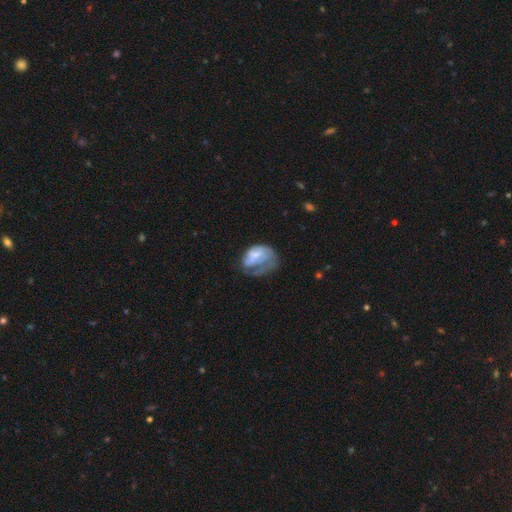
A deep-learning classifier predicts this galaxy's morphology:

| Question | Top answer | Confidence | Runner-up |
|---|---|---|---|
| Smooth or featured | featured or disk | 50% | smooth (43%) |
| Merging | major disturbance | 50% | minor disturbance (24%) |